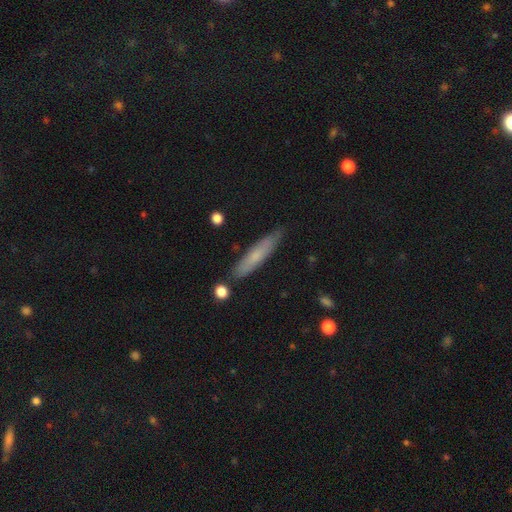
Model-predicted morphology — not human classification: smooth-or-featured: smooth: 64% | featured or disk: 29% | star or artifact: 7%
  how-rounded: cigar-shaped: 87% | in between: 11% | round: 2%
  merging: none: 80% | minor disturbance: 14% | merger: 3% | major disturbance: 3%